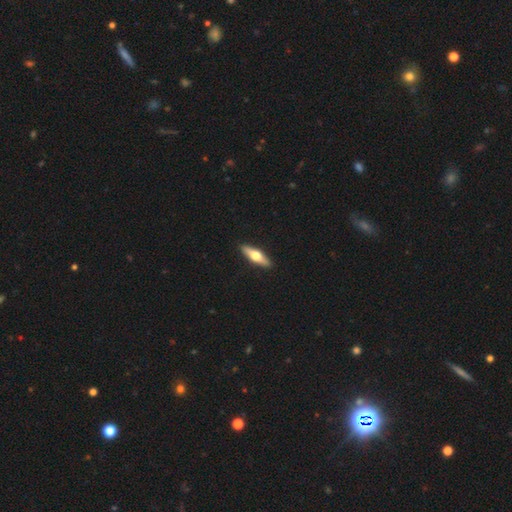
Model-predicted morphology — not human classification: Smooth or featured?
  - featured or disk: 50% *
  - smooth: 45%
  - star or artifact: 5%
Edge-on disk?
  - yes: 92% *
  - no: 8%
Merging?
  - none: 92% *
  - minor disturbance: 6%
  - major disturbance: 1%
  - merger: 1%